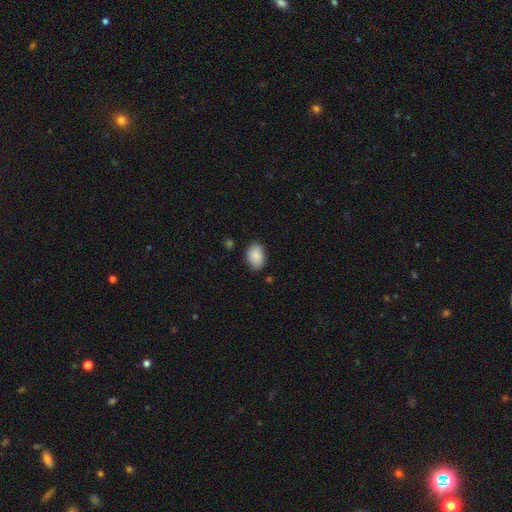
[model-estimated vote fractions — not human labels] This is clearly a smooth galaxy (88%). How rounded: clearly in between (86%). Merging: likely none (80%).